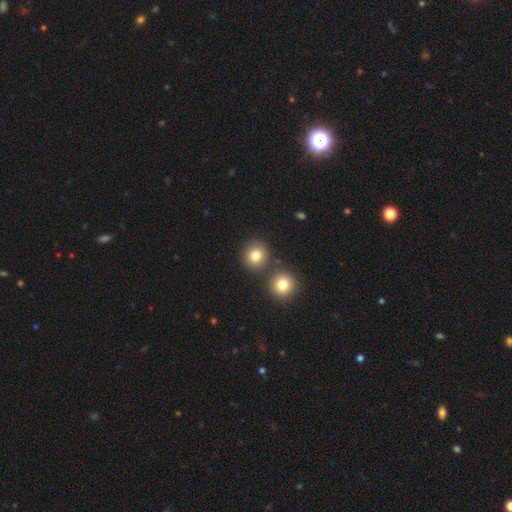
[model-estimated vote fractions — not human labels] Morphology: type=smooth (81%); roundness=round (88%); merging=none (76%).